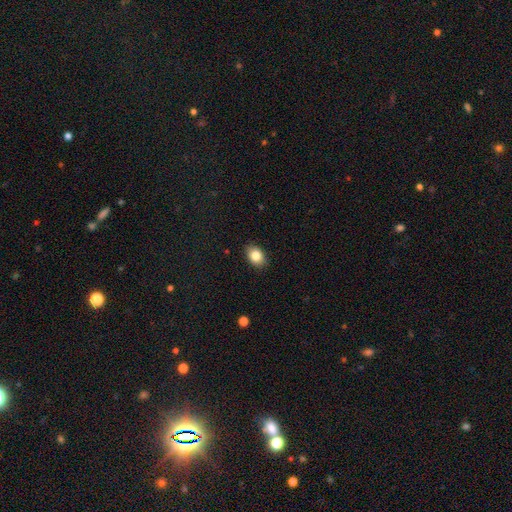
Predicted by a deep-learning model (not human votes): Smooth or featured?
  - smooth: 84% *
  - star or artifact: 9%
  - featured or disk: 7%
How rounded?
  - in between: 74% *
  - round: 25%
  - cigar-shaped: 1%
Merging?
  - none: 88% *
  - minor disturbance: 9%
  - major disturbance: 2%
  - merger: 1%